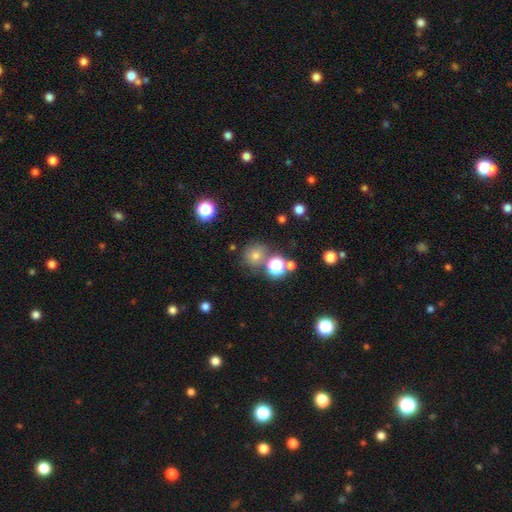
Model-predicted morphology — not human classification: Smooth or featured?
  - smooth: 62% *
  - star or artifact: 28%
  - featured or disk: 10%
How rounded?
  - round: 90% *
  - in between: 9%
  - cigar-shaped: 1%
Merging?
  - none: 74% *
  - merger: 12%
  - minor disturbance: 10%
  - major disturbance: 4%